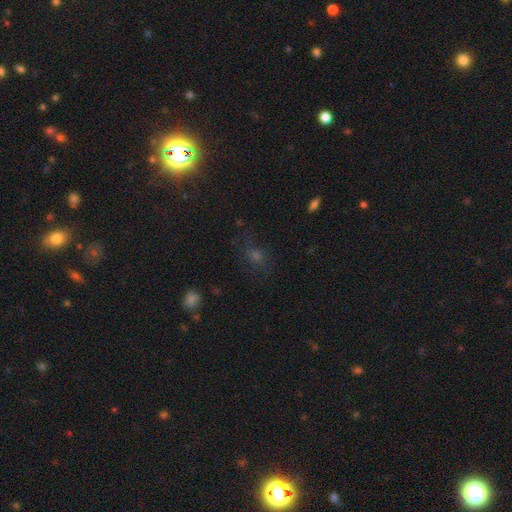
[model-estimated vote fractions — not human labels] A star or artifact, not a galaxy (50%).